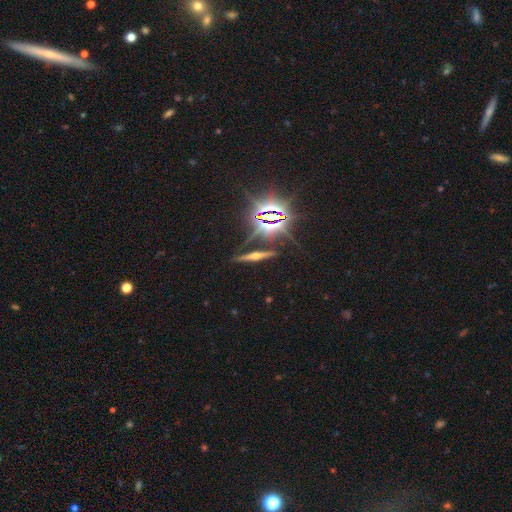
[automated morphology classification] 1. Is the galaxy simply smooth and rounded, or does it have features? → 51% featured or disk, 31% star or artifact, 19% smooth.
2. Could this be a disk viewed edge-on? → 93% yes, 7% no.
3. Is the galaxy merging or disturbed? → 84% none, 9% minor disturbance, 4% merger, 3% major disturbance.